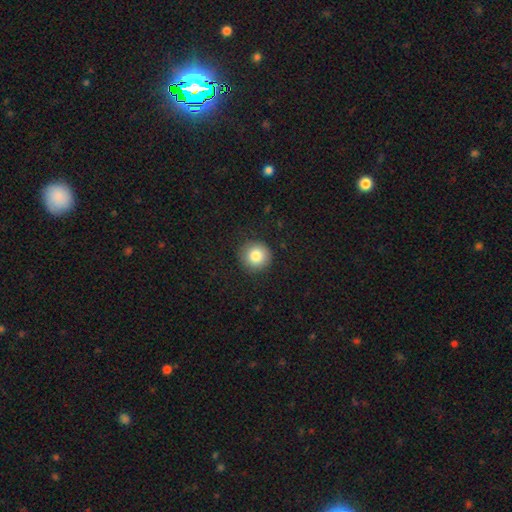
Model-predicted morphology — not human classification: This appears to be a smooth galaxy with no disk features (83%) that is round (94%). Merging: none (89%).